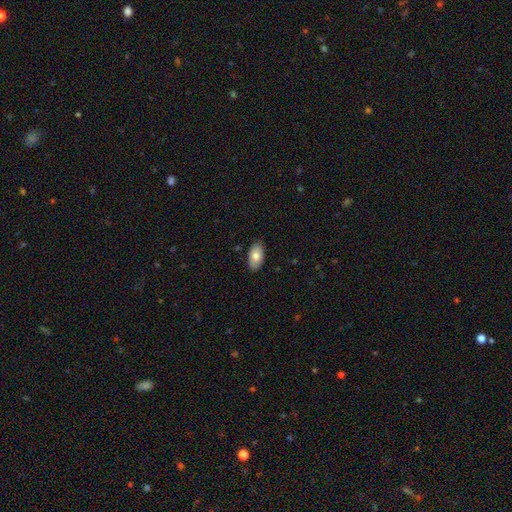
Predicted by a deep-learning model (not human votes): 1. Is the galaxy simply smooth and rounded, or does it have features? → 78% smooth, 16% featured or disk, 6% star or artifact.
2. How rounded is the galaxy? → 95% in between, 3% round, 2% cigar-shaped.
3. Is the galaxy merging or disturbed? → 87% none, 10% minor disturbance, 2% major disturbance, 1% merger.